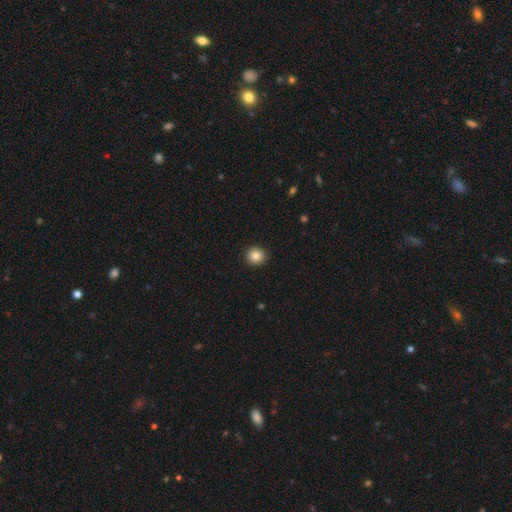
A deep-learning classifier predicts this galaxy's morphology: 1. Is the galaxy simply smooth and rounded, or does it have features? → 85% smooth, 10% star or artifact, 5% featured or disk.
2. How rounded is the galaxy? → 91% round, 8% in between, 1% cigar-shaped.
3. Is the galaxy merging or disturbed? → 93% none, 5% minor disturbance, 2% major disturbance, 1% merger.